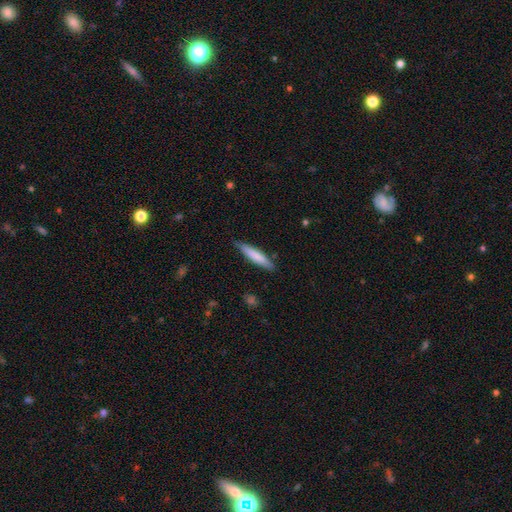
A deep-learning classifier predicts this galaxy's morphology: Overall: smooth (76%). How rounded: cigar-shaped (87%). Merging: none (82%).